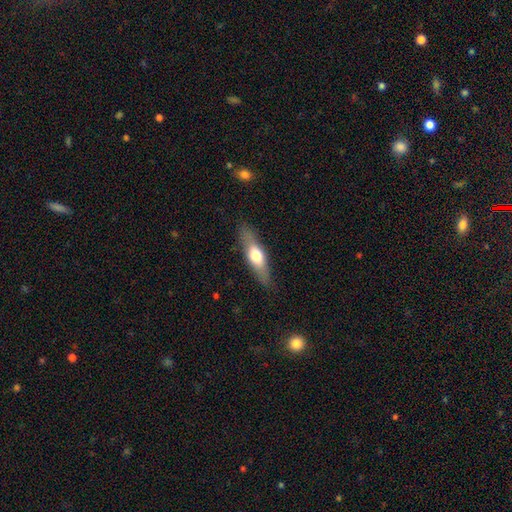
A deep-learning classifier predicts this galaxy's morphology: smooth 53%, featured or disk 42%, star or artifact 6%. Down the decision tree: how rounded — cigar-shaped (60%); merging — none (85%).